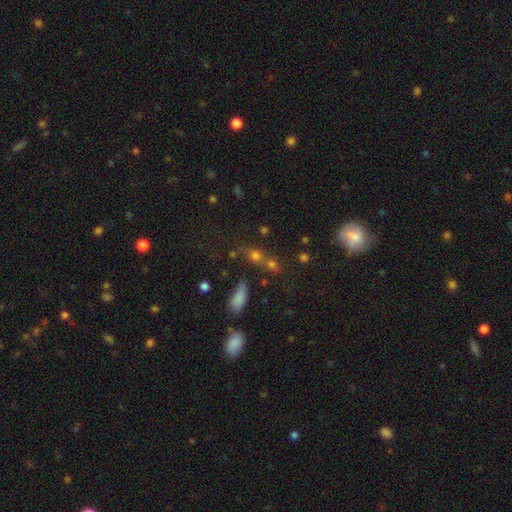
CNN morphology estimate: A smooth galaxy with no disk features (65%) that is round (64%). Merging: none (51%).